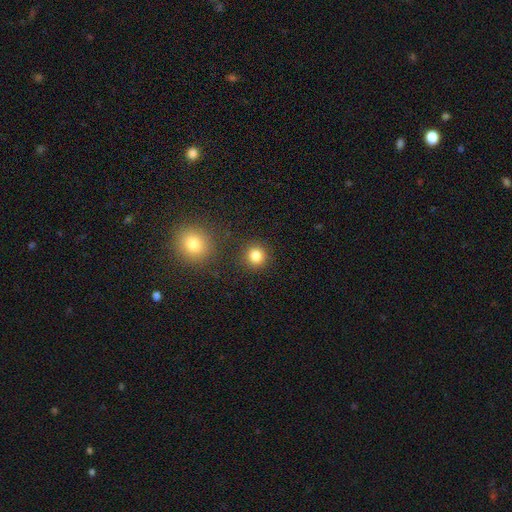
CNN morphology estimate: smooth-or-featured: smooth: 83% | star or artifact: 12% | featured or disk: 5%
  how-rounded: round: 91% | in between: 8% | cigar-shaped: 1%
  merging: none: 86% | minor disturbance: 7% | merger: 4% | major disturbance: 3%